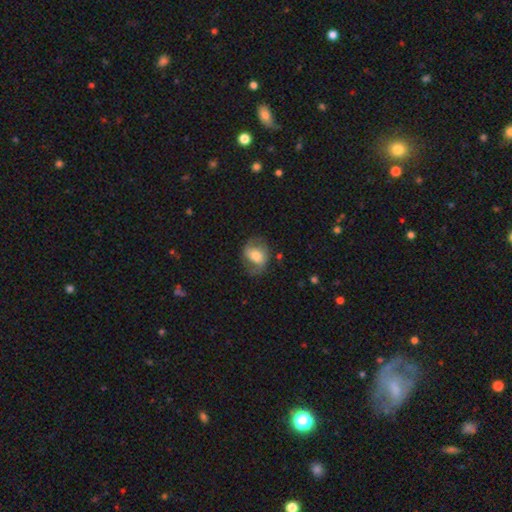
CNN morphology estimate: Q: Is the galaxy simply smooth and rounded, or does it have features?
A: smooth — 46%, tied with featured or disk.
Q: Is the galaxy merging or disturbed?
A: none — 59%.